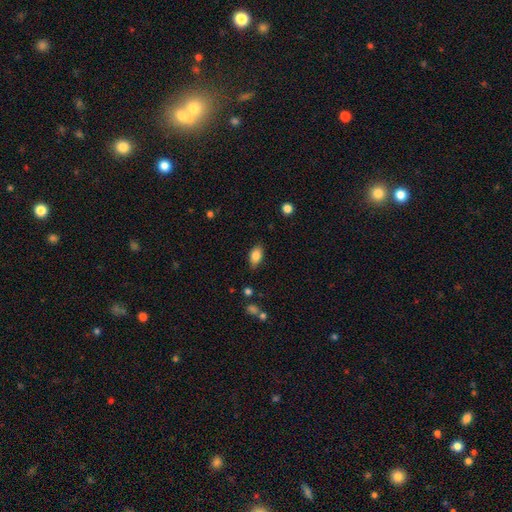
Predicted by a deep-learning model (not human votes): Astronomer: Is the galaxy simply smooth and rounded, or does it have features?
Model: smooth — 83%.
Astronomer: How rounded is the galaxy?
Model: in between — 88%.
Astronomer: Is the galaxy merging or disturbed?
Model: none — 79%.